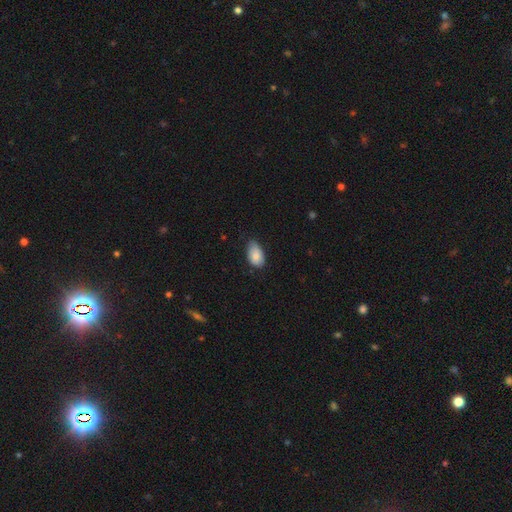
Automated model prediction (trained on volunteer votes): smooth_or_featured: smooth (p=0.83) [alt: featured or disk p=0.10]
how_rounded: in between (p=0.91) [alt: round p=0.07]
merging: none (p=0.61) [alt: minor disturbance p=0.33]